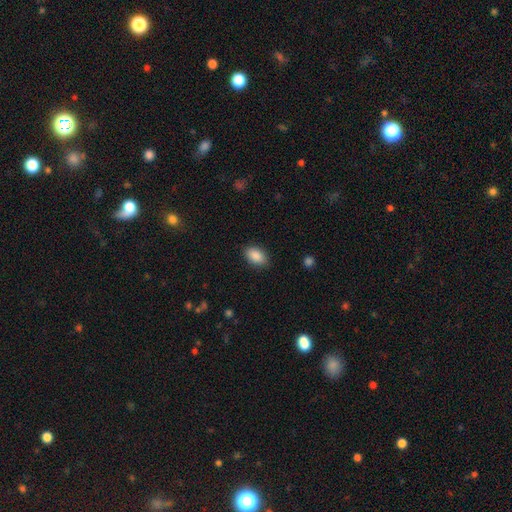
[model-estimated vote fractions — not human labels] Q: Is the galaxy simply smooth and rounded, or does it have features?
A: smooth — 89%.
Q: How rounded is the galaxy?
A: in between — 91%.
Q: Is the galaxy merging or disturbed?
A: none — 86%.